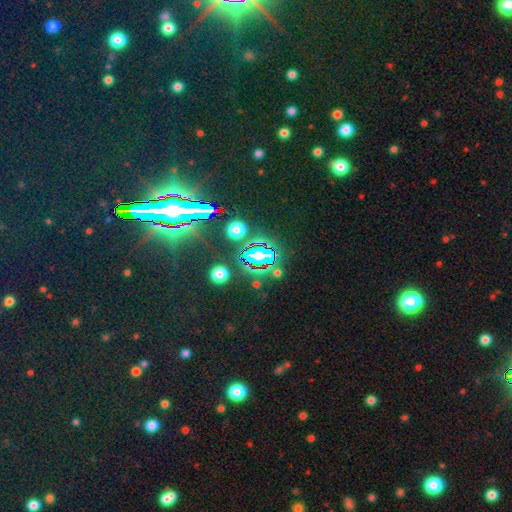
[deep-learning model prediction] A star or artifact, not a galaxy (82%).